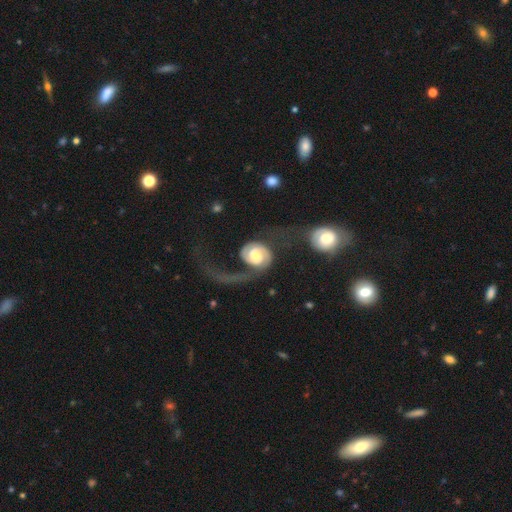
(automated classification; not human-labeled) Morphology: type=featured or disk (81%); edge-on=no (98%); bar=no (57%); spiral arms=yes (93%); winding=loose (49%); arm count=2 (71%); bulge=moderate (43%); merging=major disturbance (51%).